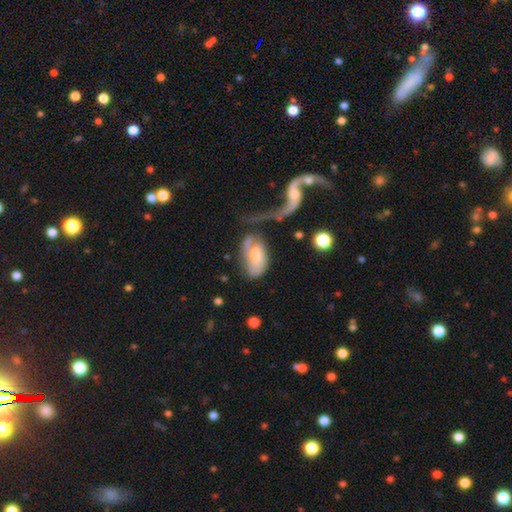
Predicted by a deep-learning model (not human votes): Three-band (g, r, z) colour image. It shows a smooth galaxy with no disk features (49%). Merging: major disturbance (30%).